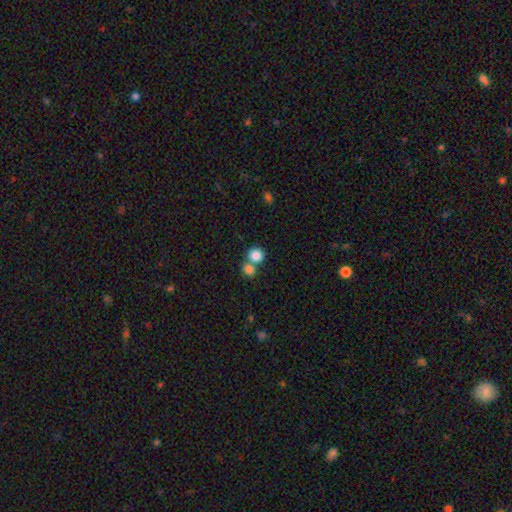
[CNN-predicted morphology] This is clearly a smooth galaxy (84%). How rounded: clearly round (85%). Merging: possibly none (49%).